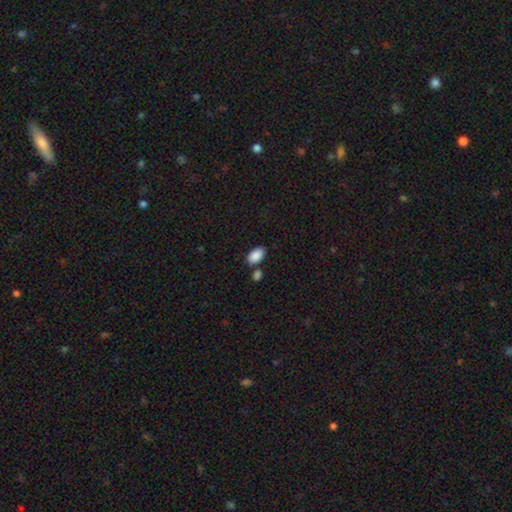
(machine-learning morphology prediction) Overall: smooth (89%). How rounded: in between (93%). Merging: none (72%).